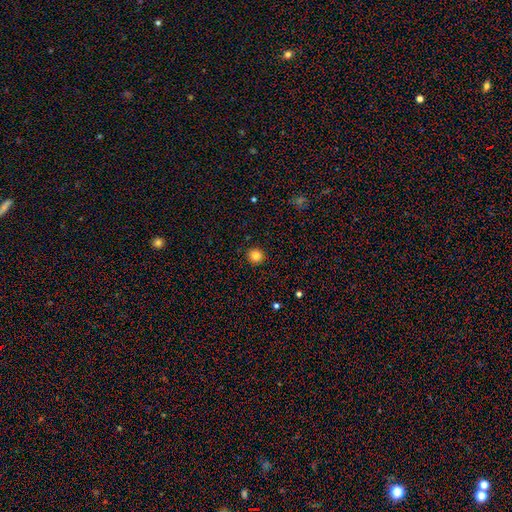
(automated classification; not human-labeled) smooth 84%, star or artifact 12%, featured or disk 5%. Down the decision tree: how rounded — round (93%); merging — none (92%).